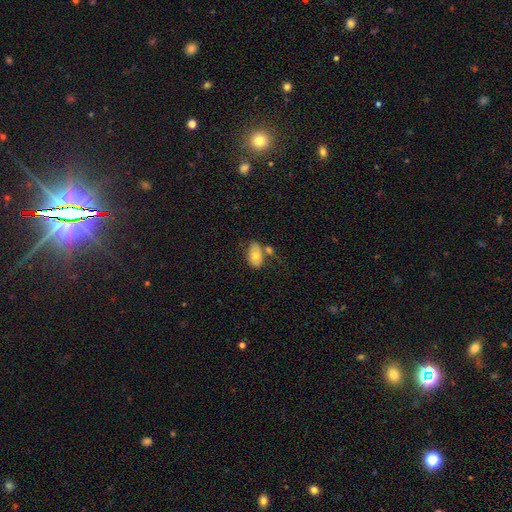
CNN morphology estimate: smooth_or_featured: smooth (p=0.70) [alt: featured or disk p=0.23]
how_rounded: in between (p=0.90) [alt: round p=0.09]
merging: none (p=0.49) [alt: merger p=0.25]